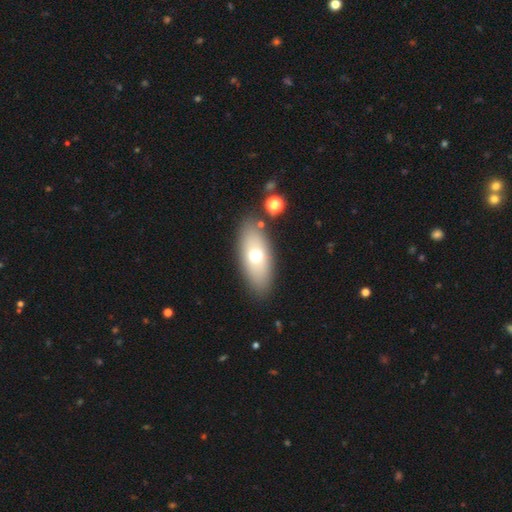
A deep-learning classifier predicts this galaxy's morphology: The model was most divided on "smooth or featured": smooth: 65%, featured or disk: 27%, star or artifact: 8%. More confident: merging — none (84%); how rounded — in between (82%).